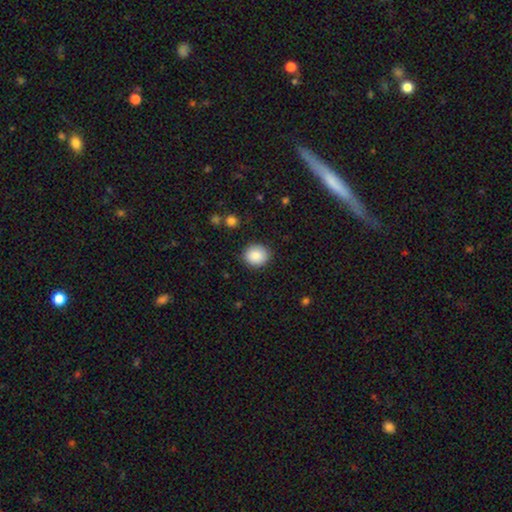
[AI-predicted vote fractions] Smooth or featured? smooth (87%)
How rounded? round (78%)
Merging? none (89%)